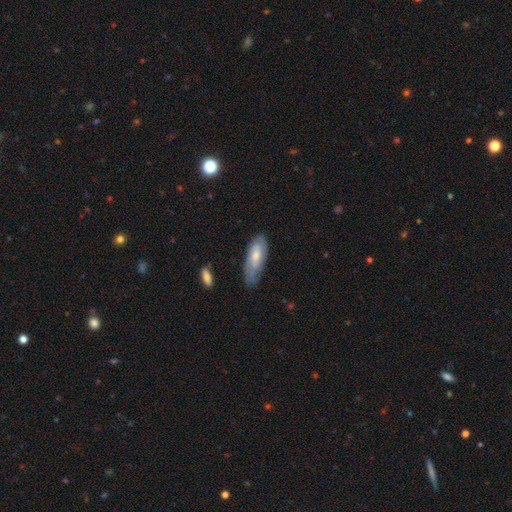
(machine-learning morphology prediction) This is likely a smooth galaxy (62%). How rounded: likely in between (70%). Merging: possibly none (59%).